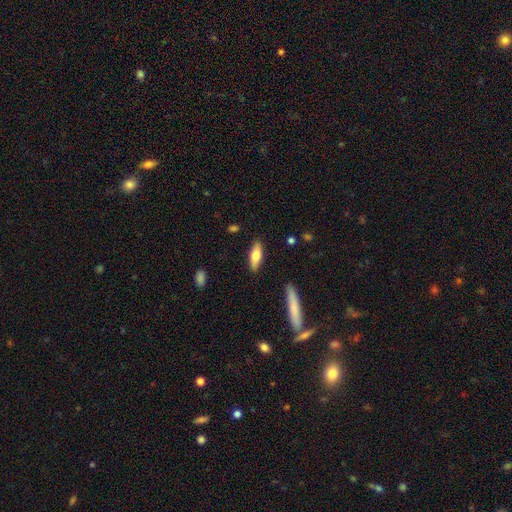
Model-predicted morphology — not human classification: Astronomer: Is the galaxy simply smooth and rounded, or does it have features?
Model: smooth — 65%.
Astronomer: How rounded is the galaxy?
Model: in between — 60% (runner-up: cigar-shaped, 37%).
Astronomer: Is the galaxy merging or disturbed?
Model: none — 87%.